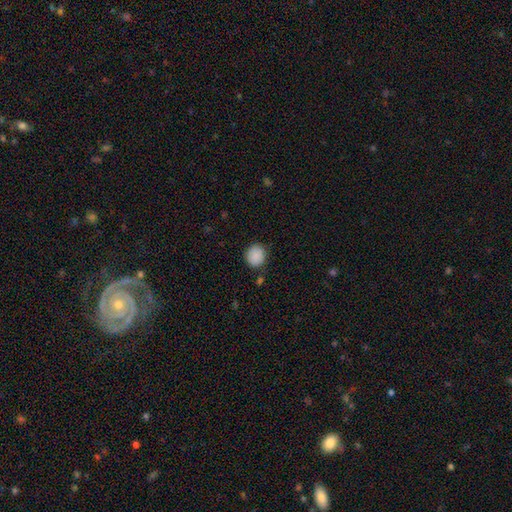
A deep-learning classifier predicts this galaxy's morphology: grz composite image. It shows a smooth galaxy with no disk features (89%) that is round (78%). Merging: none (84%).